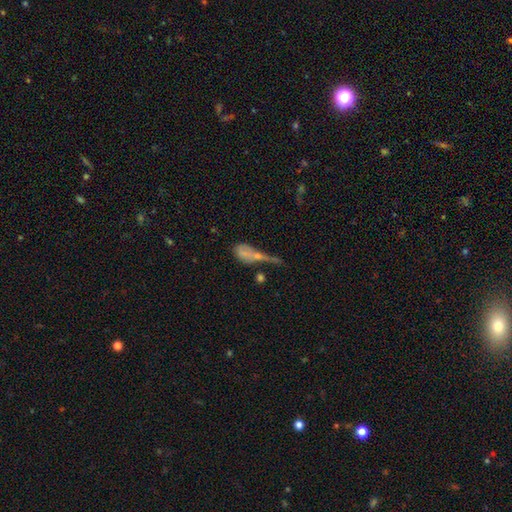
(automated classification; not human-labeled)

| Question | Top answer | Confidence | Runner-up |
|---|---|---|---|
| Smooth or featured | smooth | 44% | featured or disk (36%) |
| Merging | major disturbance | 32% | merger (31%) |